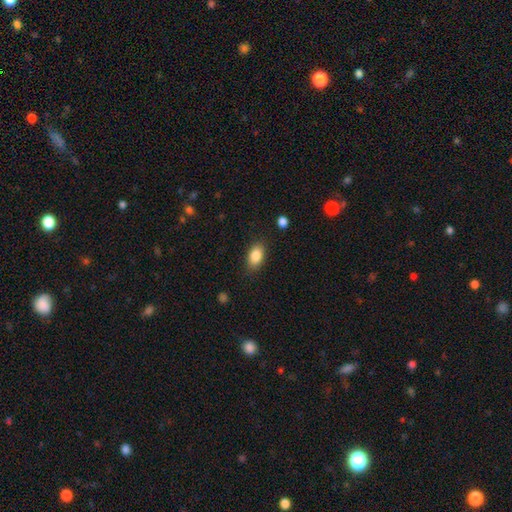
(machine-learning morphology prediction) Q: Smooth or featured?
A: smooth (86%); runner-up: star or artifact (8%)
Q: How rounded?
A: in between (89%); runner-up: round (8%)
Q: Merging?
A: none (84%); runner-up: minor disturbance (11%)